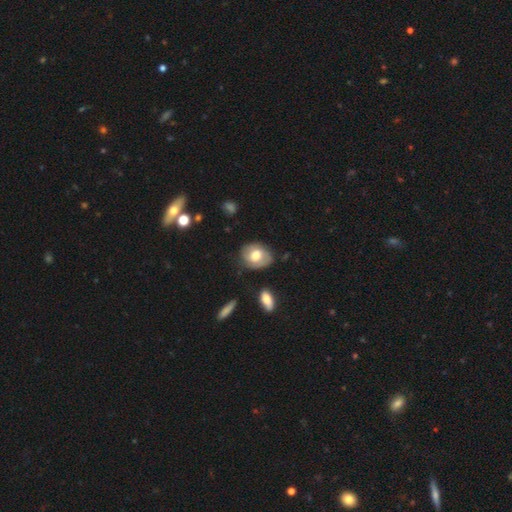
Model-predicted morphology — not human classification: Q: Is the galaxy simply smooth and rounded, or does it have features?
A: smooth — 58%.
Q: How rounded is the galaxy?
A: in between — 57%.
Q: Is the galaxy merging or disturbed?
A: none — 73%.